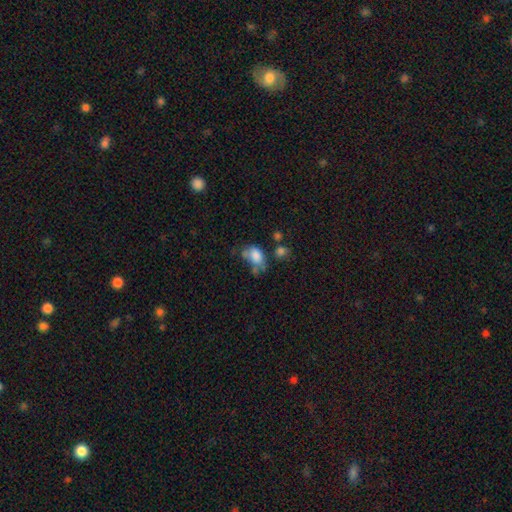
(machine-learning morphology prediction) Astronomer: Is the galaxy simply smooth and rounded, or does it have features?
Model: smooth — 72%.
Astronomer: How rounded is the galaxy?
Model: in between — 78%.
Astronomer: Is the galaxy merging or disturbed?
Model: none — 27% (runner-up: minor disturbance, 25%).